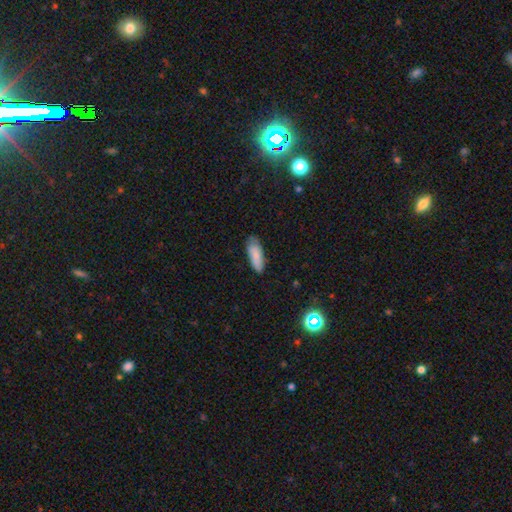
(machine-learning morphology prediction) smooth-or-featured: smooth: 82% | featured or disk: 11% | star or artifact: 7%
  how-rounded: in between: 66% | cigar-shaped: 32% | round: 2%
  merging: none: 67% | minor disturbance: 26% | major disturbance: 5% | merger: 2%